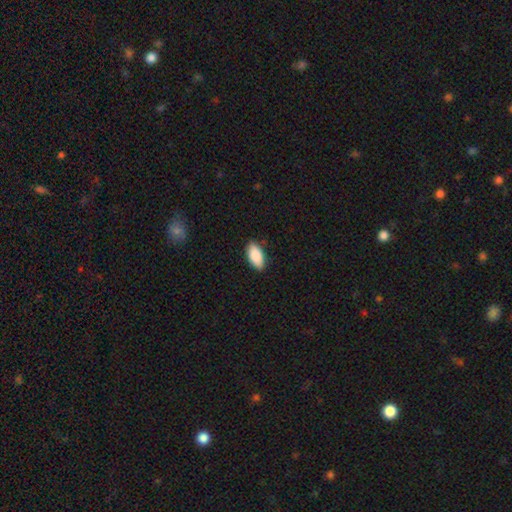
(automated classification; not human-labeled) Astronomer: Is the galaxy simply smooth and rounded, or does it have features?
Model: smooth — 88%.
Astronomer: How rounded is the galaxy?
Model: in between — 93%.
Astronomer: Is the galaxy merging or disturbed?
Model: none — 88%.